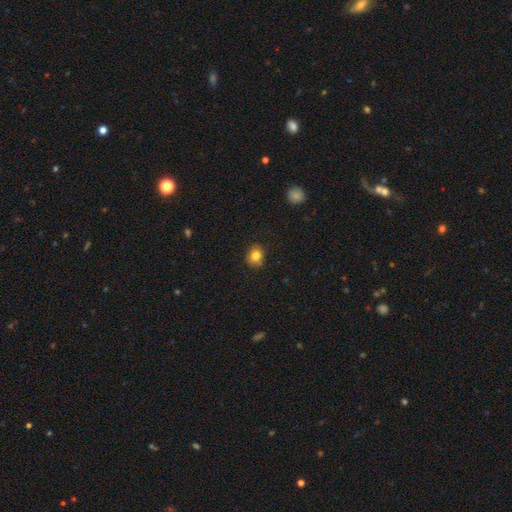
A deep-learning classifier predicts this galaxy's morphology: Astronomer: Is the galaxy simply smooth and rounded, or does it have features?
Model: smooth — 82%.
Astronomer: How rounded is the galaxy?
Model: round — 78%.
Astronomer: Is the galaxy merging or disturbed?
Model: none — 82%.